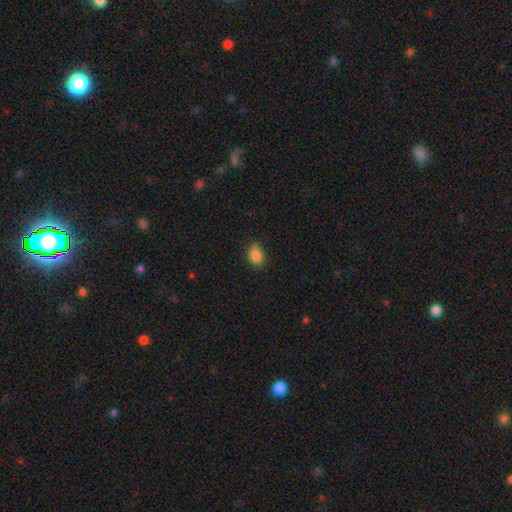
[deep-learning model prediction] smooth-or-featured: smooth: 85% | star or artifact: 10% | featured or disk: 5%
  how-rounded: in between: 58% | round: 40% | cigar-shaped: 1%
  merging: none: 69% | minor disturbance: 25% | major disturbance: 4% | merger: 2%